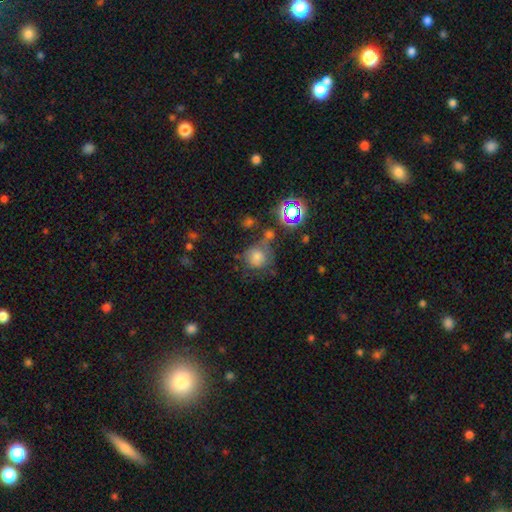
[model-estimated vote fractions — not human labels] This appears to be a smooth galaxy with no disk features (56%) that is round (86%). Merging: none (59%).